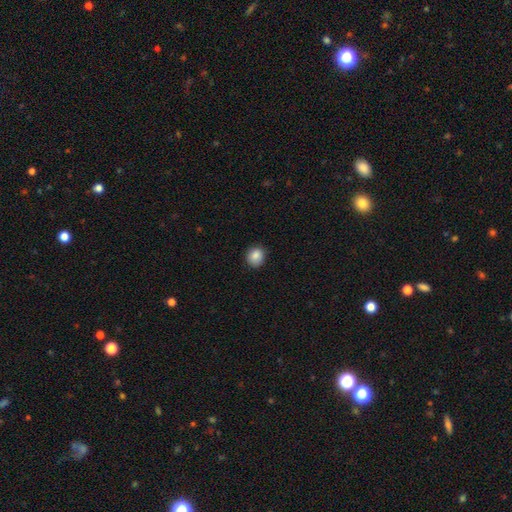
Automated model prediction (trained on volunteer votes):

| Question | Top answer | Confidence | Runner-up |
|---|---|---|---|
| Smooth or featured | smooth | 87% | star or artifact (9%) |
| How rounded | round | 78% | in between (21%) |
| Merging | none | 85% | minor disturbance (12%) |